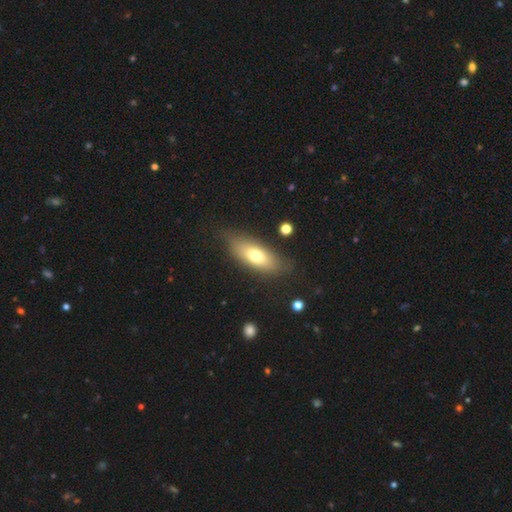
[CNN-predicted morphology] smooth_or_featured: smooth (p=0.69) [alt: featured or disk p=0.24]
how_rounded: in between (p=0.76) [alt: cigar-shaped p=0.20]
merging: none (p=0.77) [alt: minor disturbance p=0.16]